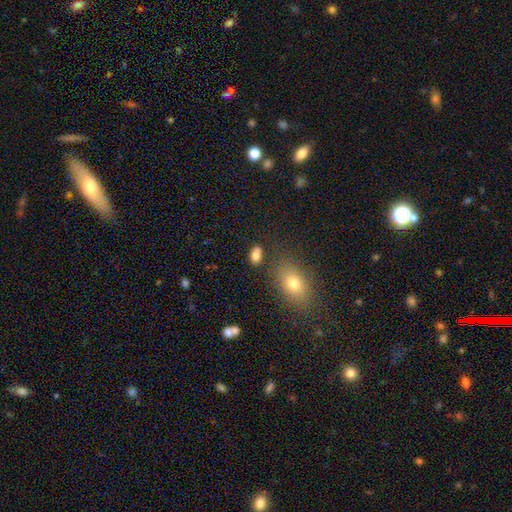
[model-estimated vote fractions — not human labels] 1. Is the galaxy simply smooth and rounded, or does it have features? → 82% smooth, 11% star or artifact, 7% featured or disk.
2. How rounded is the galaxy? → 86% in between, 12% round, 2% cigar-shaped.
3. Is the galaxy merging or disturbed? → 68% none, 14% minor disturbance, 13% merger, 5% major disturbance.